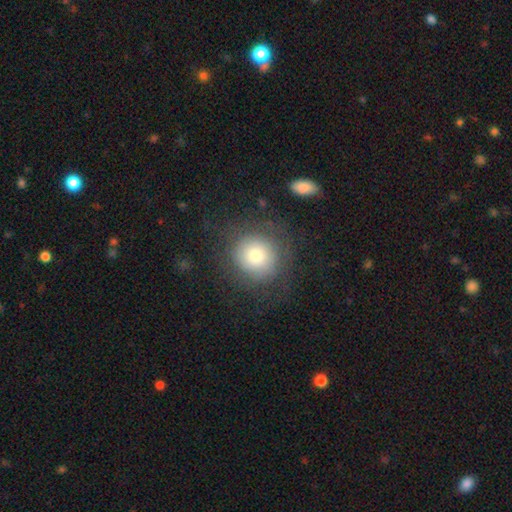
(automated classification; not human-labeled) This appears to be a smooth galaxy with no disk features (69%) that is round (90%). Merging: none (75%).